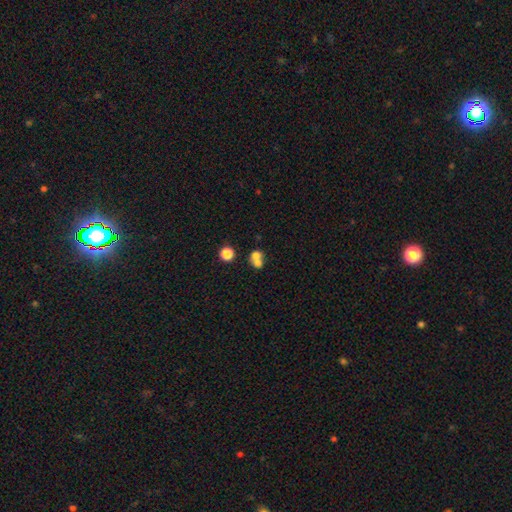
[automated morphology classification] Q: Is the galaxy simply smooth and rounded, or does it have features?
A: smooth — 68%.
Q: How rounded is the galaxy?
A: round — 74%.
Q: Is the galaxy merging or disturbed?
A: merger — 62%.